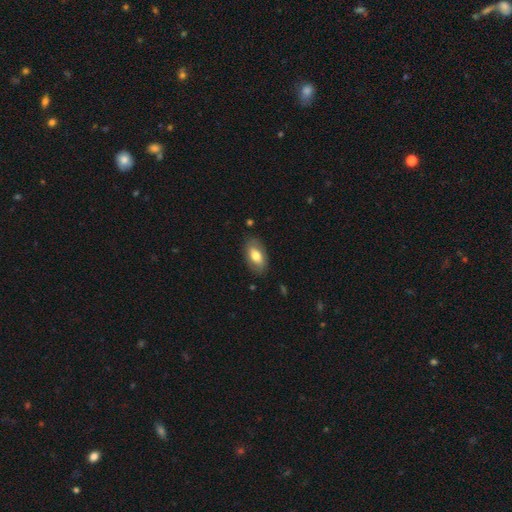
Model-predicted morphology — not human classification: type=smooth (69%); roundness=in between (92%); merging=none (82%).